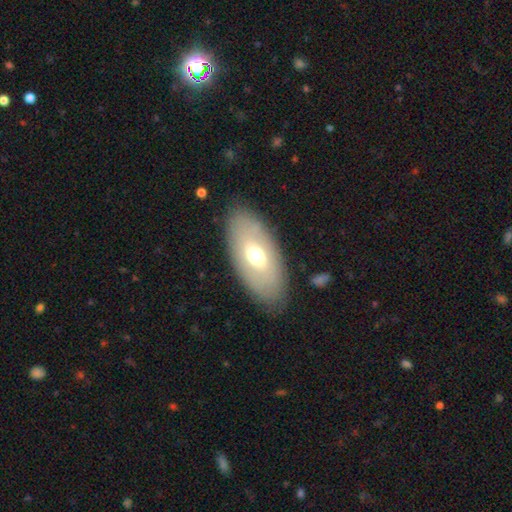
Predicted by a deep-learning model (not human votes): The model was most divided on "smooth or featured": smooth: 55%, featured or disk: 37%, star or artifact: 8%. More confident: how rounded — in between (91%); merging — none (84%).